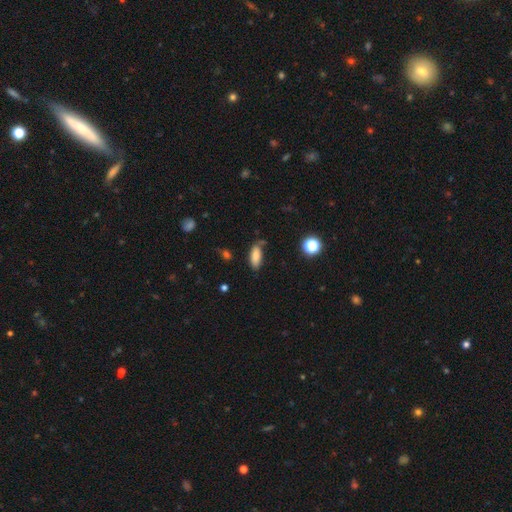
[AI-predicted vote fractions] Morphology: type=smooth (83%); roundness=in between (79%); merging=none (66%).